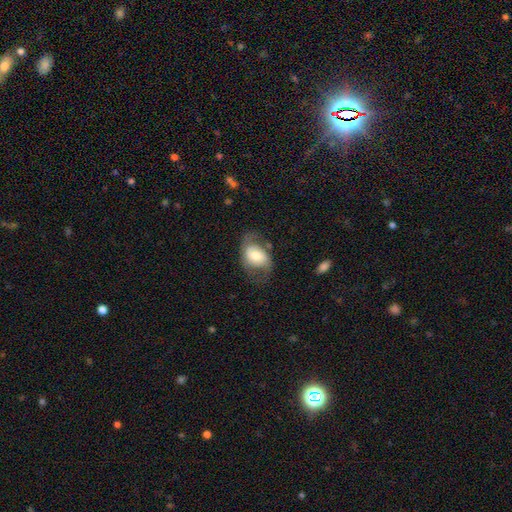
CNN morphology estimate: Smooth or featured: smooth — 48% (featured or disk — 45%)
Merging: none — 56% (minor disturbance — 24%)